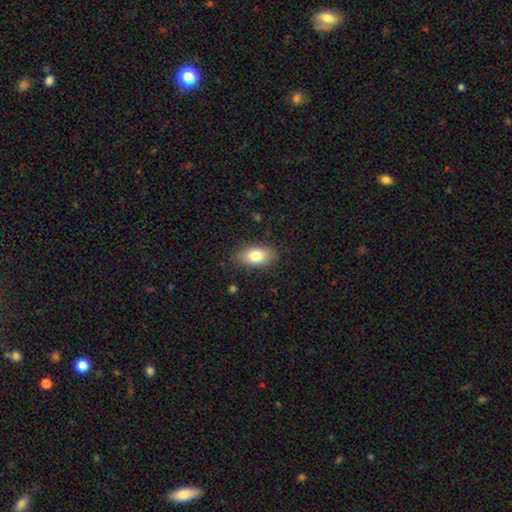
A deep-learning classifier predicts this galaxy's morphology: Overall: smooth (81%). How rounded: in between (90%). Merging: none (84%).